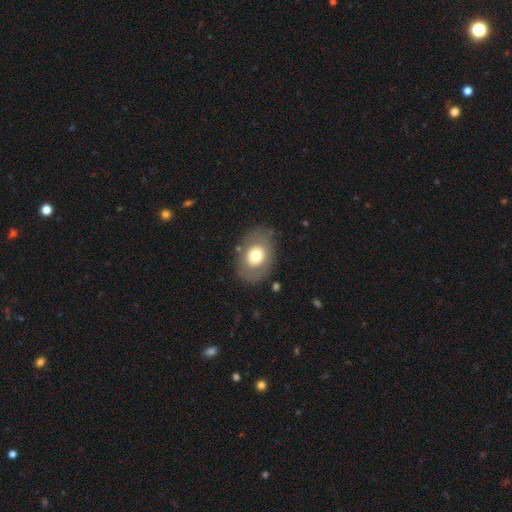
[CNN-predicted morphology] type=smooth (65%); roundness=in between (67%); merging=none (79%).